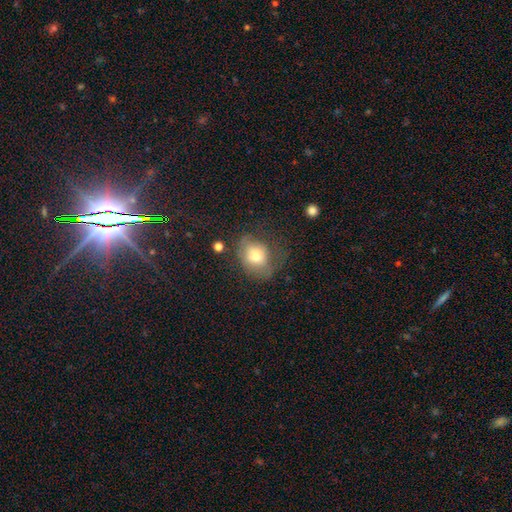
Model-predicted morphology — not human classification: This is likely a smooth galaxy (68%). How rounded: possibly in between (50%). Merging: possibly none (45%).